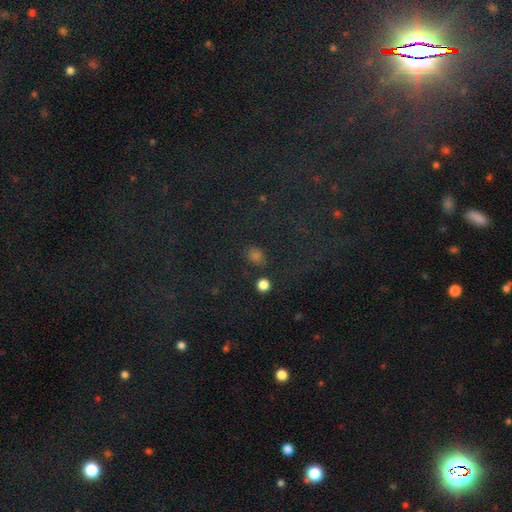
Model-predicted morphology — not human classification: This is likely a smooth galaxy (62%). How rounded: possibly in between (51%). Merging: likely none (80%).